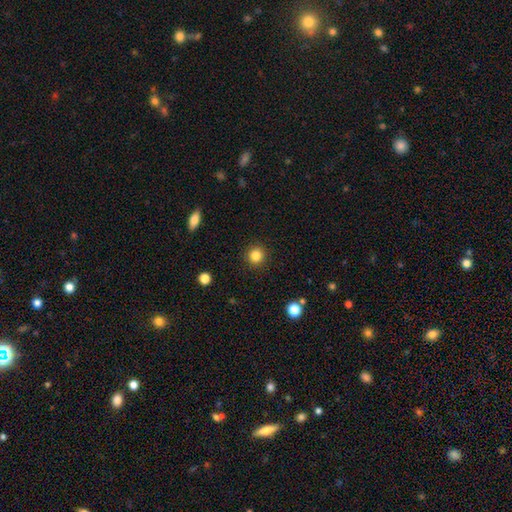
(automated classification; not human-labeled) smooth-or-featured: smooth: 84% | star or artifact: 11% | featured or disk: 5%
  how-rounded: round: 93% | in between: 6% | cigar-shaped: 1%
  merging: none: 92% | minor disturbance: 5% | major disturbance: 2% | merger: 1%